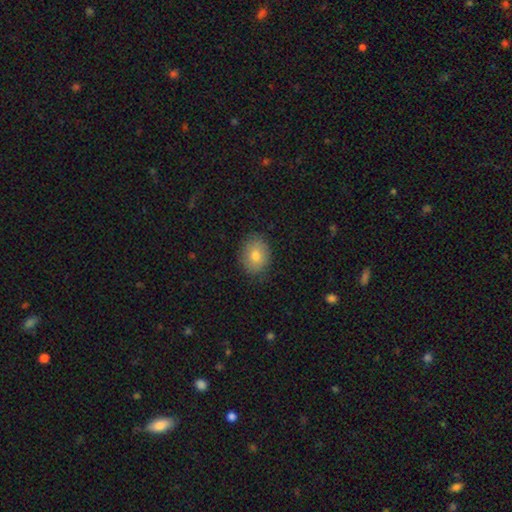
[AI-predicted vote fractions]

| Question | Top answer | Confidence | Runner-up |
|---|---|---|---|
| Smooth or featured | smooth | 77% | featured or disk (14%) |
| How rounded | in between | 52% | round (47%) |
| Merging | none | 84% | minor disturbance (12%) |